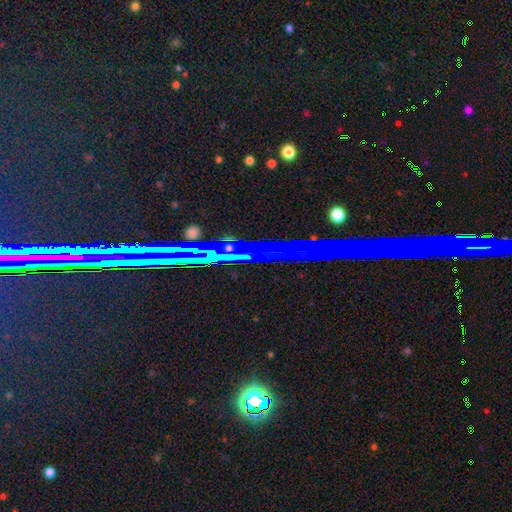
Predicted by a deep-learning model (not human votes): star or artifact 79%, featured or disk 12%, smooth 10%.